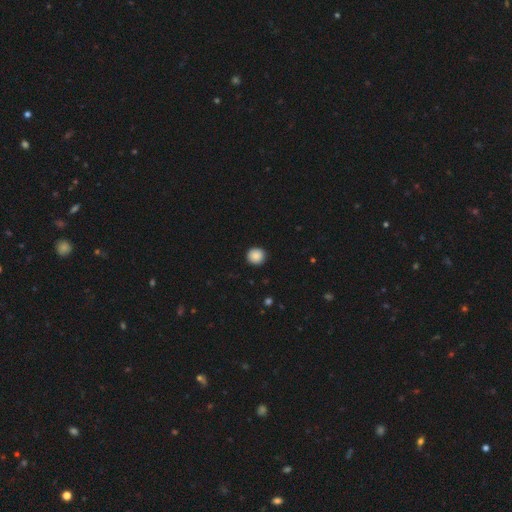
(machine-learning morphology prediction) The model was most divided on "smooth or featured": smooth: 88%, star or artifact: 9%, featured or disk: 3%. More confident: how rounded — round (94%); merging — none (92%).